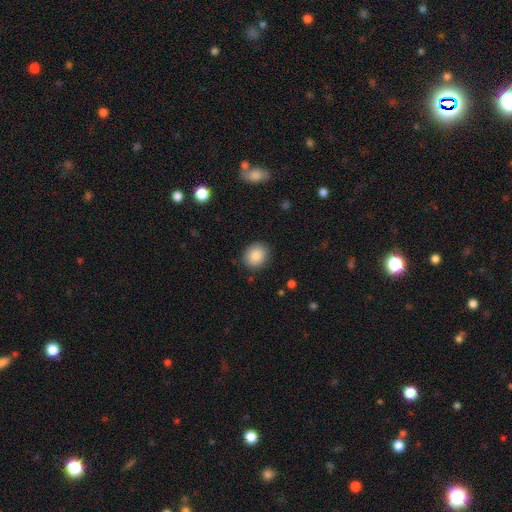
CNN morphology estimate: Q: Smooth or featured?
A: smooth (86%); runner-up: star or artifact (8%)
Q: How rounded?
A: round (69%); runner-up: in between (30%)
Q: Merging?
A: none (87%); runner-up: minor disturbance (9%)